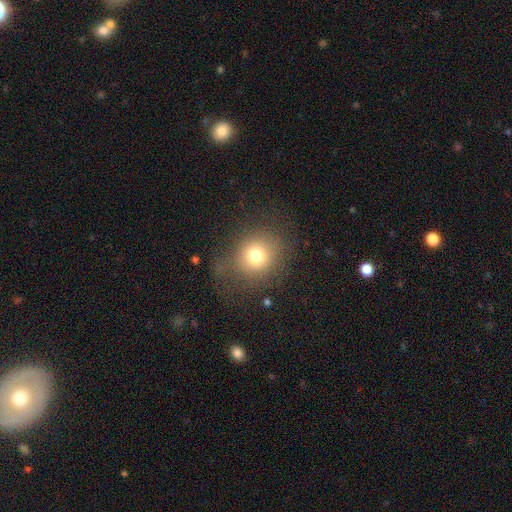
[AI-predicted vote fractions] smooth-or-featured: smooth: 74% | star or artifact: 15% | featured or disk: 12%
  how-rounded: round: 82% | in between: 17% | cigar-shaped: 1%
  merging: none: 67% | minor disturbance: 17% | major disturbance: 15% | merger: 2%